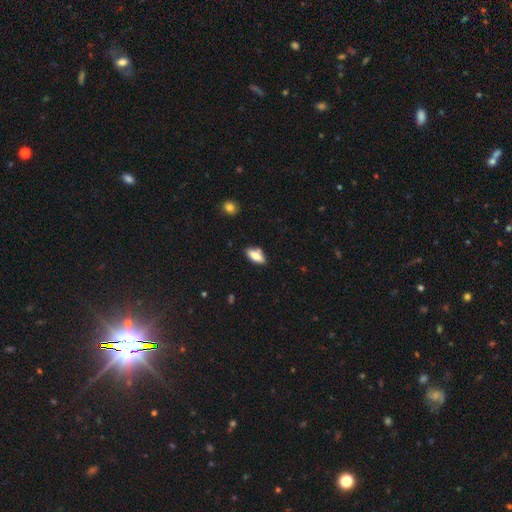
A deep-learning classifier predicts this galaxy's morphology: A smooth galaxy with no disk features (75%) that is in between round and cigar-shaped (76%).

Vote fractions:
- Smooth or featured? smooth: 75% / featured or disk: 18% / star or artifact: 7%
- How rounded? in between: 76% / cigar-shaped: 21% / round: 3%
- Merging? none: 76% / minor disturbance: 15% / merger: 6% / major disturbance: 3%